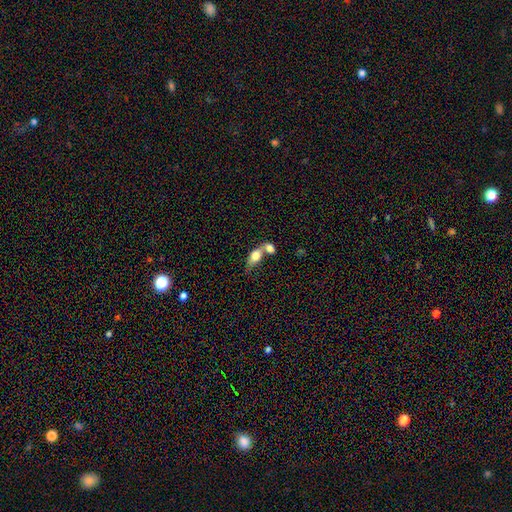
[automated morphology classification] The model was most divided on "merging": merger: 67%, none: 20%, minor disturbance: 8%, major disturbance: 6%. More confident: how rounded — in between (81%); smooth or featured — smooth (74%).